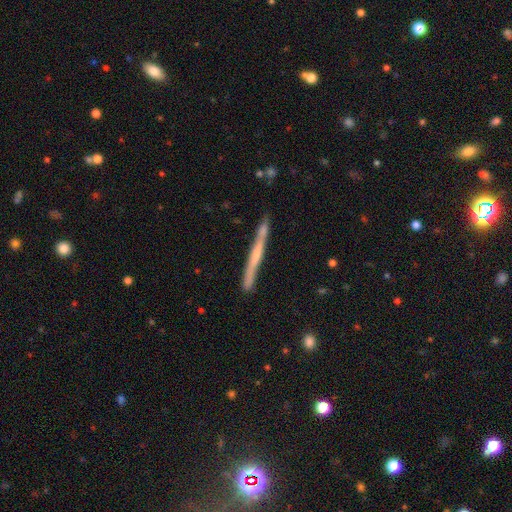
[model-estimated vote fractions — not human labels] Smooth or featured? Predicted: featured or disk (p=0.56). Edge-on disk? Predicted: yes (p=0.96). Edge-on bulge? Predicted: none (p=0.67). Merging? Predicted: none (p=0.81).